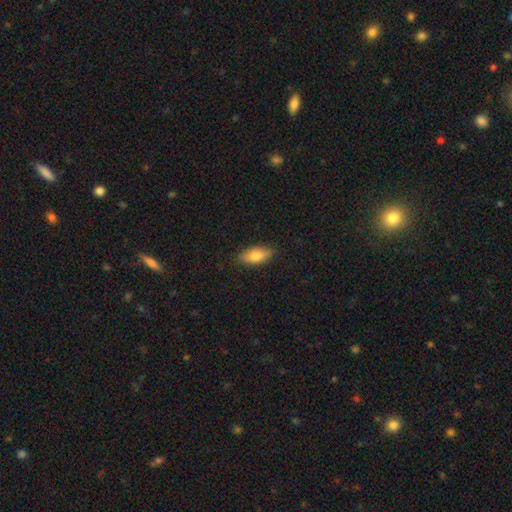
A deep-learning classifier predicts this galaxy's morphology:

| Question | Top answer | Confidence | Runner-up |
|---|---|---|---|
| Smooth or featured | smooth | 78% | featured or disk (16%) |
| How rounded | in between | 82% | cigar-shaped (16%) |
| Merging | none | 85% | minor disturbance (12%) |